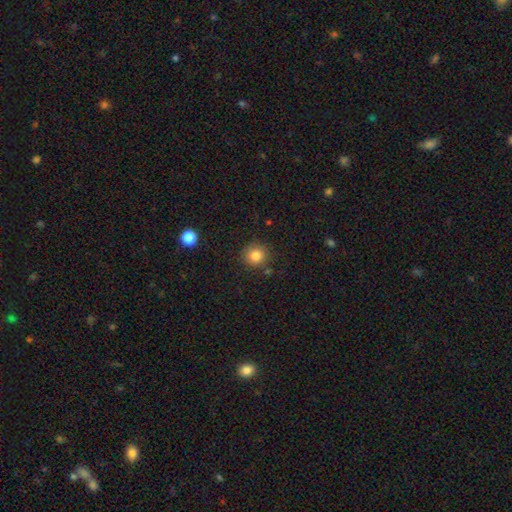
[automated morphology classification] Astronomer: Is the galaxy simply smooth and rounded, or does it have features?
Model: smooth — 83%.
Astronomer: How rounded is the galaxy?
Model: round — 91%.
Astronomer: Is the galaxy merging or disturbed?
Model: none — 86%.